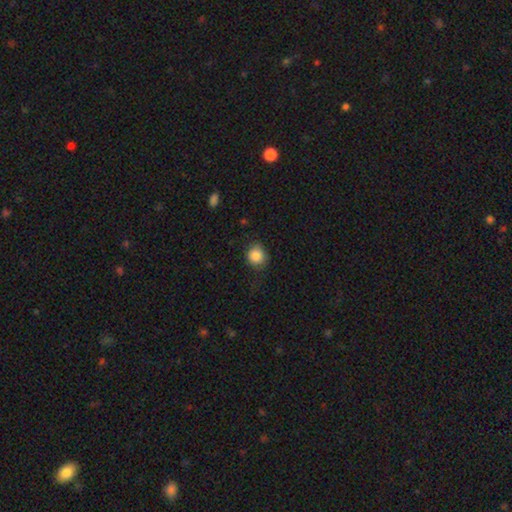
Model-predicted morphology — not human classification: smooth 86%, star or artifact 9%, featured or disk 5%. Down the decision tree: how rounded — round (82%); merging — none (71%).